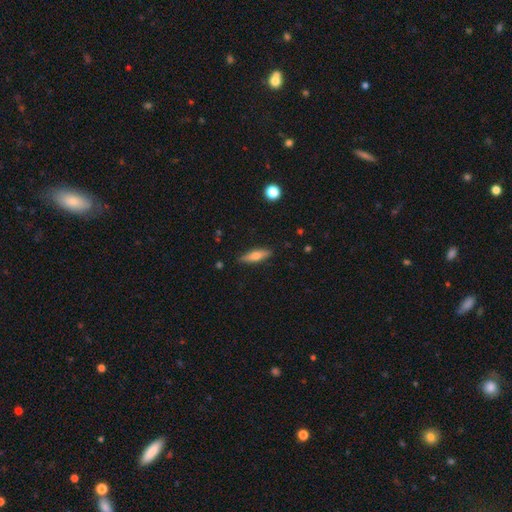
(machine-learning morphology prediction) The model was most divided on "smooth or featured": smooth: 59%, featured or disk: 34%, star or artifact: 7%. More confident: merging — none (87%); how rounded — cigar-shaped (62%).